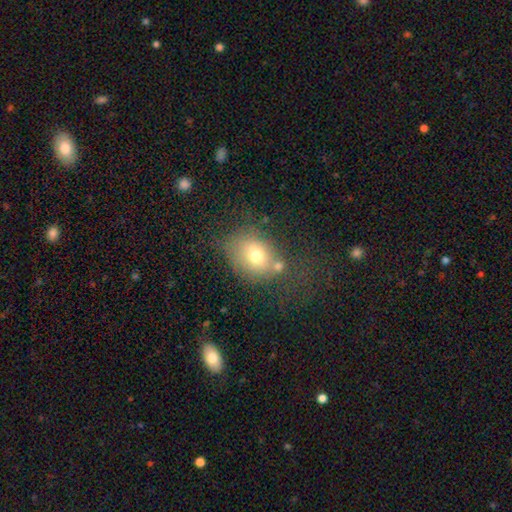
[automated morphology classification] A smooth galaxy with no disk features (69%) that is round (53%).

Vote fractions:
- Smooth or featured? smooth: 69% / featured or disk: 18% / star or artifact: 13%
- How rounded? round: 53% / in between: 46% / cigar-shaped: 1%
- Merging? none: 48% / minor disturbance: 19% / merger: 18% / major disturbance: 14%